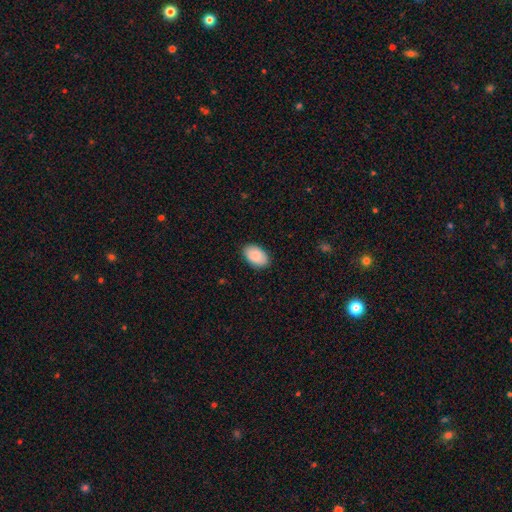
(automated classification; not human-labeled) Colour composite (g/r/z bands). It shows a smooth galaxy with no disk features (90%) that is in between round and cigar-shaped (93%). Merging: none (88%).